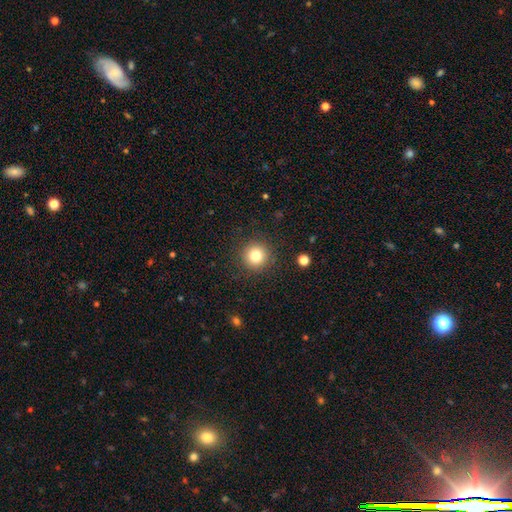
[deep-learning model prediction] Smooth or featured? smooth (80%)
How rounded? round (95%)
Merging? none (90%)